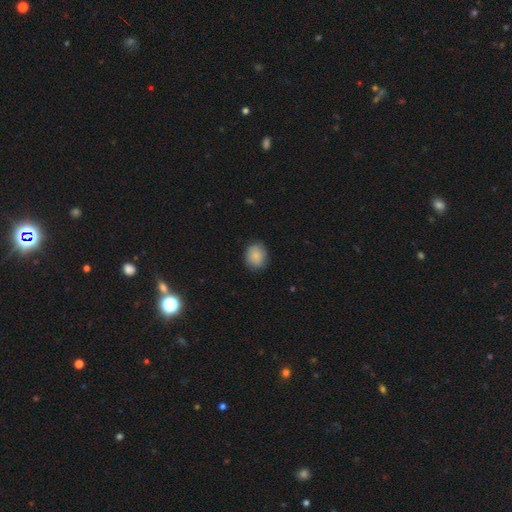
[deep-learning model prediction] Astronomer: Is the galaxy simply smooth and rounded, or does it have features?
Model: smooth — 87%.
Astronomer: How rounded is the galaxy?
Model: round — 58% (runner-up: in between, 41%).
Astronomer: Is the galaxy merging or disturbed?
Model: none — 83%.